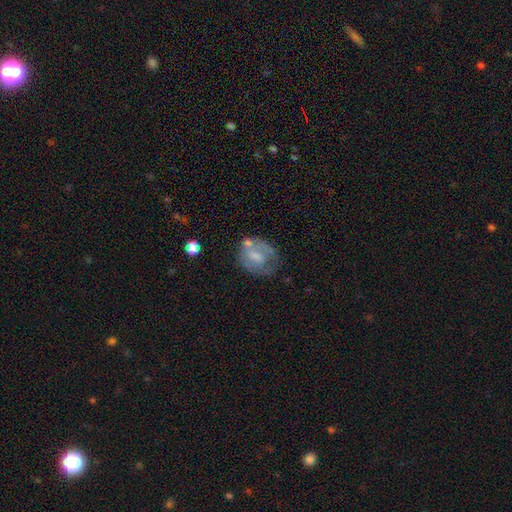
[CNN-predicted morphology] smooth_or_featured: smooth (p=0.47) [alt: featured or disk p=0.44]
merging: none (p=0.44) [alt: minor disturbance p=0.25]